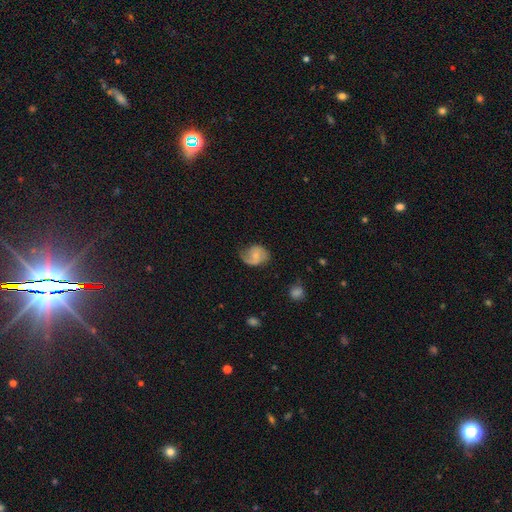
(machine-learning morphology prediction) Smooth or featured?
  - featured or disk: 57% *
  - smooth: 35%
  - star or artifact: 7%
Edge-on disk?
  - no: 97% *
  - yes: 3%
Bar?
  - no: 54% *
  - weak: 38%
  - strong: 8%
Spiral arms?
  - yes: 88% *
  - no: 12%
Bulge size?
  - small: 53% *
  - moderate: 34%
  - none: 10%
  - large: 2%
  - dominant: 1%
Merging?
  - none: 57% *
  - minor disturbance: 27%
  - major disturbance: 14%
  - merger: 2%